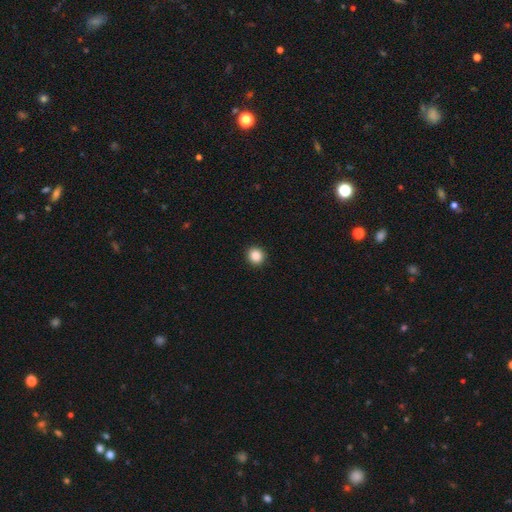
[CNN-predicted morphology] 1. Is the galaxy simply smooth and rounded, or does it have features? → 88% smooth, 9% star or artifact, 3% featured or disk.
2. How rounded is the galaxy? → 88% round, 11% in between, 1% cigar-shaped.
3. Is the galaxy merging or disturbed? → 92% none, 5% minor disturbance, 2% major disturbance, 1% merger.